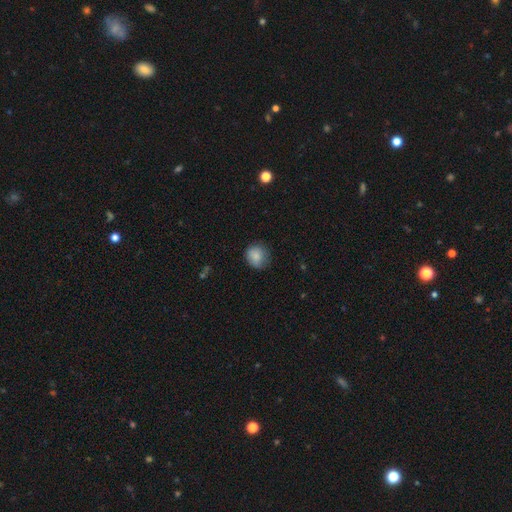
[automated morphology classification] This is clearly a smooth galaxy (84%). How rounded: clearly round (82%). Merging: likely none (73%).